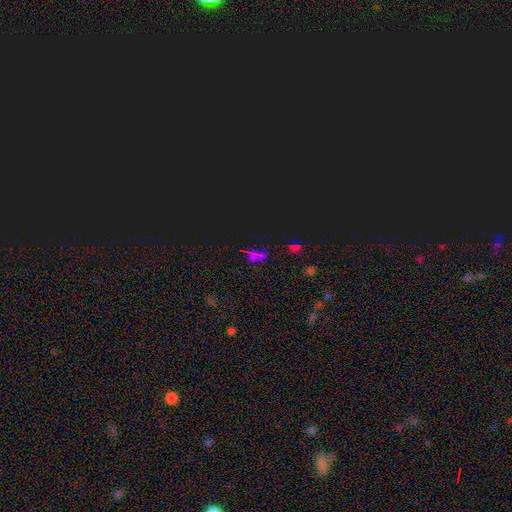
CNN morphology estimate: type=star or artifact (66%).